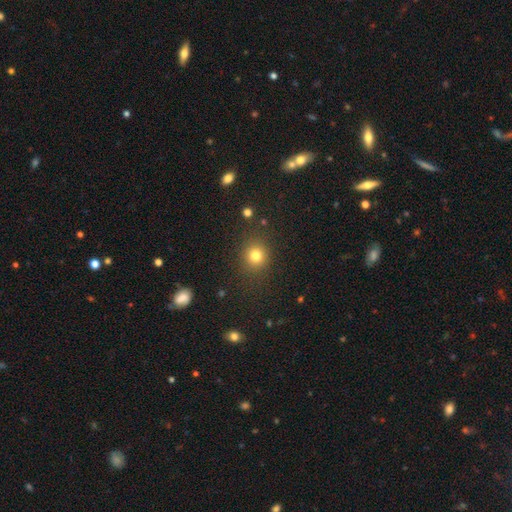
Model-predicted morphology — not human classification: A smooth galaxy with no disk features (79%) that is round (86%). Merging: none (86%).